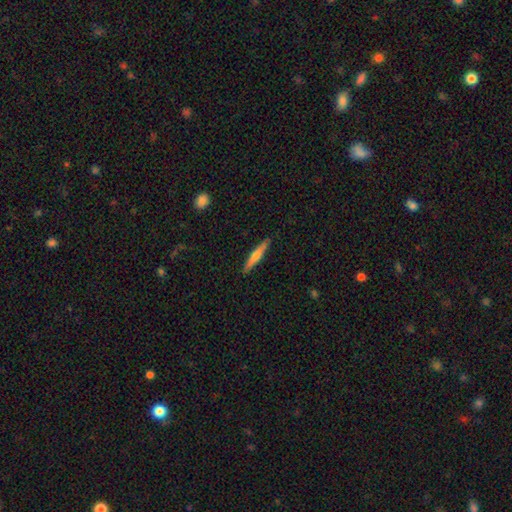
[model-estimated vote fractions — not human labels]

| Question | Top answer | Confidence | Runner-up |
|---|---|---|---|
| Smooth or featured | smooth | 48% | featured or disk (47%) |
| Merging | none | 91% | minor disturbance (7%) |